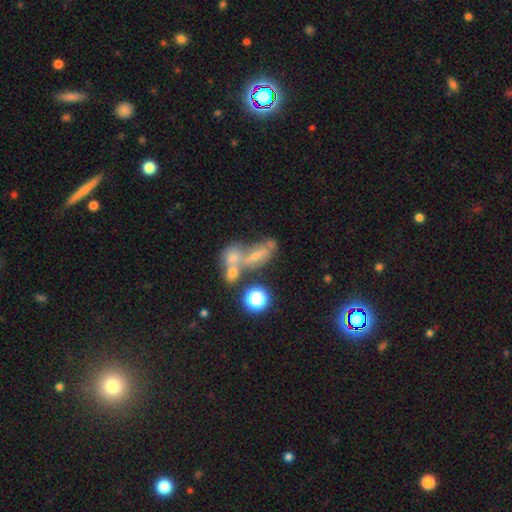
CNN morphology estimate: Smooth or featured: smooth — 40% (featured or disk — 38%)
Merging: merger — 54% (none — 24%)